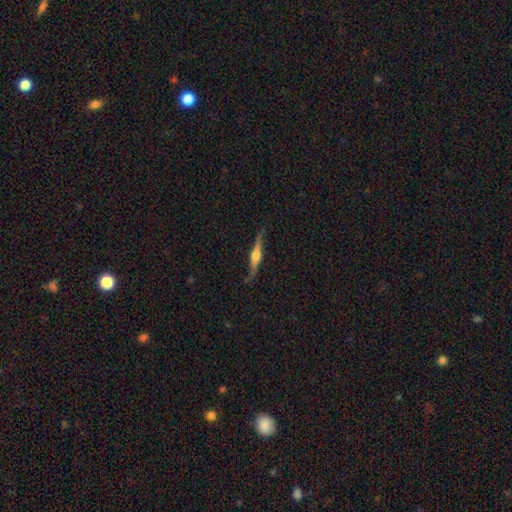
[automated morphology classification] Overall: featured or disk (74%). Edge-on disk: yes (96%). Edge-on bulge: rounded (91%). Merging: none (80%).